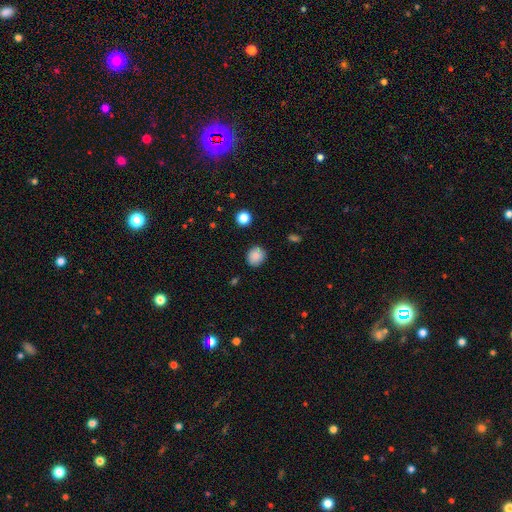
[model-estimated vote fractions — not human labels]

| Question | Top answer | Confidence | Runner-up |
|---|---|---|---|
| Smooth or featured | smooth | 87% | star or artifact (9%) |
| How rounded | round | 80% | in between (19%) |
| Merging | none | 87% | minor disturbance (9%) |